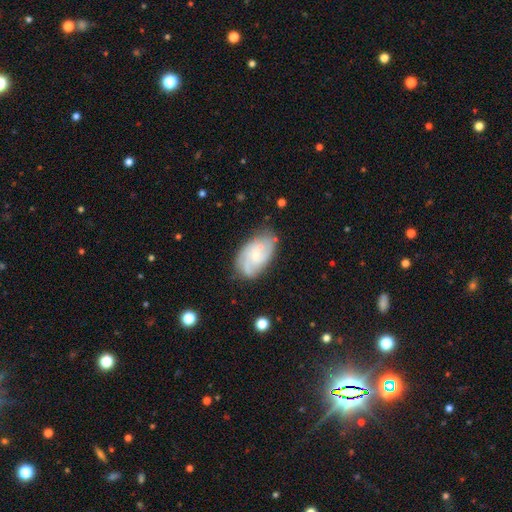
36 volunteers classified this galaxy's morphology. Smooth or featured?
  - featured or disk: 83% *
  - smooth: 17%
  - star or artifact: 0%
Edge-on disk?
  - no: 100% *
  - yes: 0%
Bar?
  - no: 77% *
  - weak: 23%
  - strong: 0%
Spiral arms?
  - yes: 90% *
  - no: 10%
Spiral winding?
  - tight: 41% * (tied)
  - medium: 41% * (tied)
  - loose: 19%
Spiral arm count?
  - 3: 37% *
  - 2: 33%
  - can't tell: 26%
  - 1: 4%
  - 4: 0%
  - more than 4: 0%
Bulge size?
  - small: 67% *
  - moderate: 17%
  - none: 17%
  - dominant: 0%
  - large: 0%
Merging?
  - none: 64% *
  - minor disturbance: 22%
  - merger: 8%
  - major disturbance: 6%